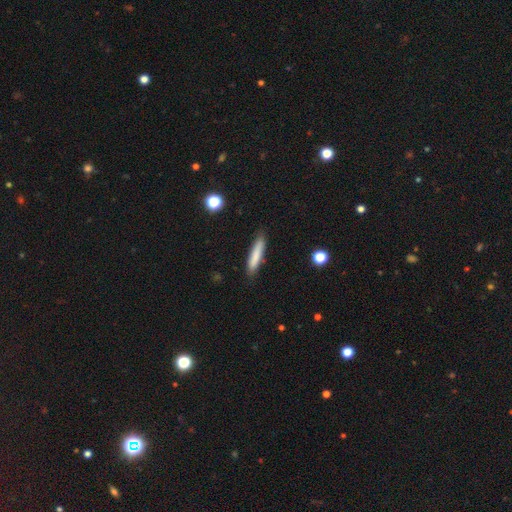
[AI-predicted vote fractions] Morphology: type=smooth (81%); roundness=cigar-shaped (88%); merging=none (85%).